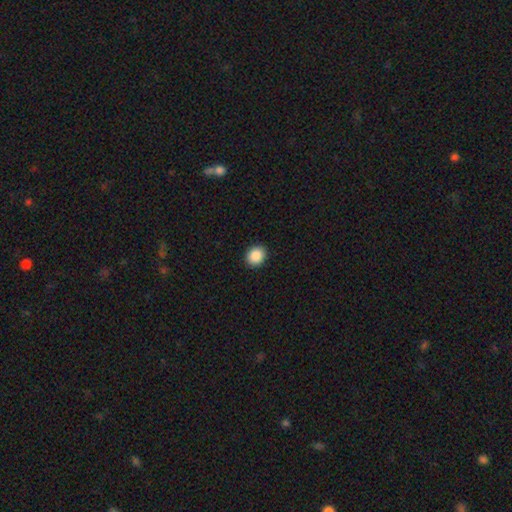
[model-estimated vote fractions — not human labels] Q: Smooth or featured?
A: smooth (89%); runner-up: star or artifact (8%)
Q: How rounded?
A: round (66%); runner-up: in between (33%)
Q: Merging?
A: none (92%); runner-up: minor disturbance (6%)